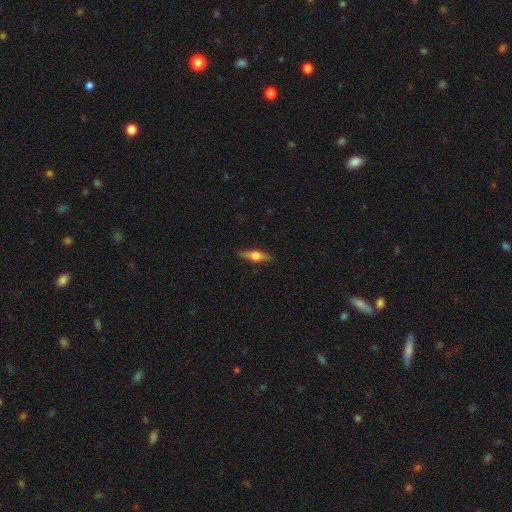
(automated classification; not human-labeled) Q: Smooth or featured?
A: smooth (48%); runner-up: featured or disk (46%)
Q: Merging?
A: none (87%); runner-up: minor disturbance (9%)